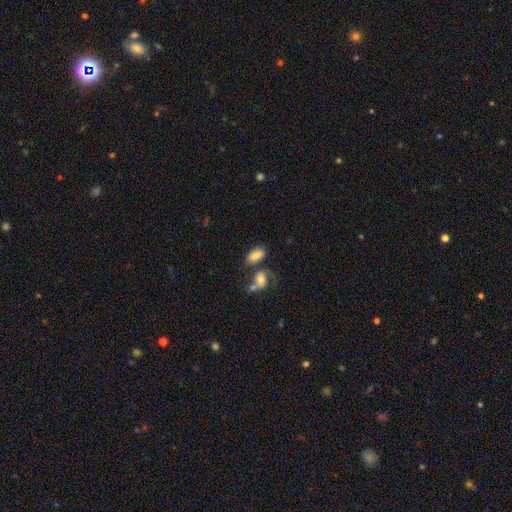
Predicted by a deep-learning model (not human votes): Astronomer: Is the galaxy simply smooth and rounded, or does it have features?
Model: smooth — 76%.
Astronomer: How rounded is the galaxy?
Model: in between — 90%.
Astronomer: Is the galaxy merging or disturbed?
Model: none — 43% (runner-up: merger, 31%).